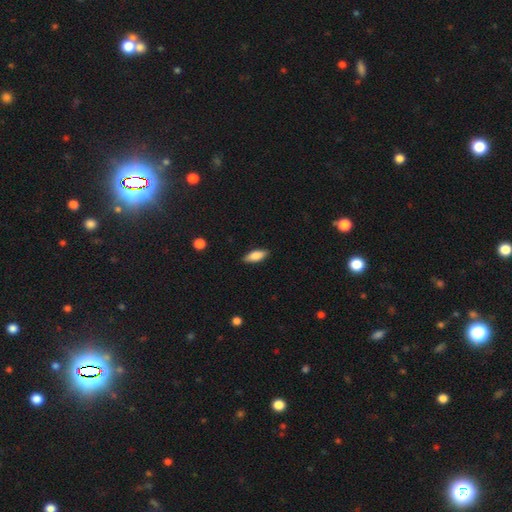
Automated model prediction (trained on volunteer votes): Q: Smooth or featured?
A: smooth (78%); runner-up: featured or disk (16%)
Q: How rounded?
A: in between (72%); runner-up: cigar-shaped (25%)
Q: Merging?
A: none (87%); runner-up: minor disturbance (10%)